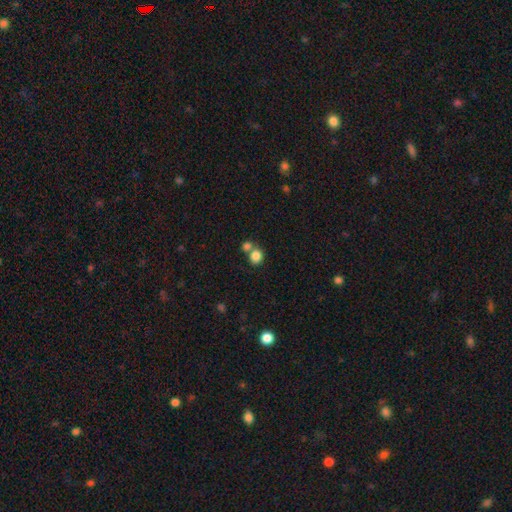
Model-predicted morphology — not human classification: This is clearly a smooth galaxy (83%). How rounded: likely round (76%). Merging: possibly none (48%).